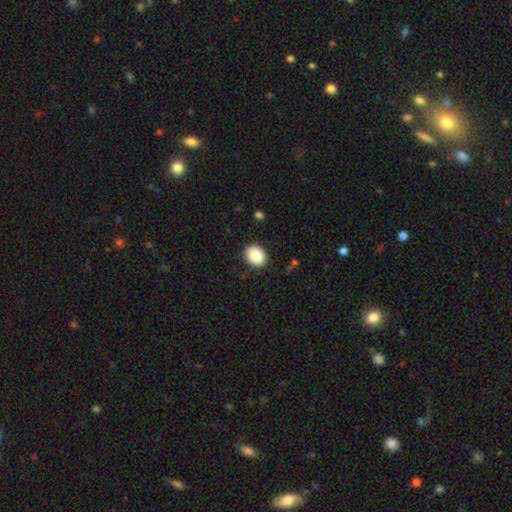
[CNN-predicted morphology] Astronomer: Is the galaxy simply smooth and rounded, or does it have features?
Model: smooth — 87%.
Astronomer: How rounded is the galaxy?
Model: in between — 50% (runner-up: round, 49%).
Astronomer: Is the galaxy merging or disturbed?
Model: none — 88%.